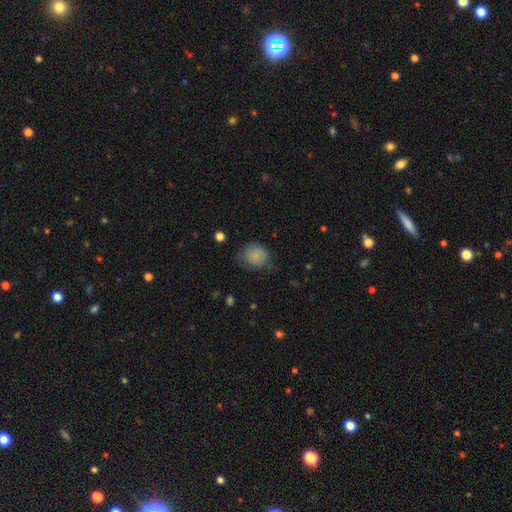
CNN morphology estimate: This appears to be a smooth galaxy with no disk features (82%) that is round (76%). Merging: none (56%).